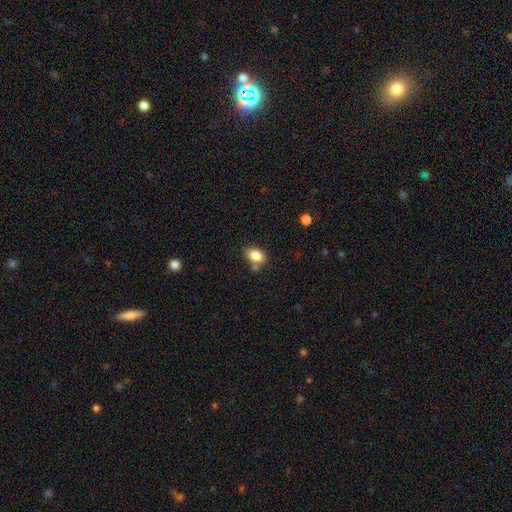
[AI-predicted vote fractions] Q: Smooth or featured?
A: smooth (83%); runner-up: star or artifact (9%)
Q: How rounded?
A: in between (83%); runner-up: round (15%)
Q: Merging?
A: none (66%); runner-up: minor disturbance (18%)